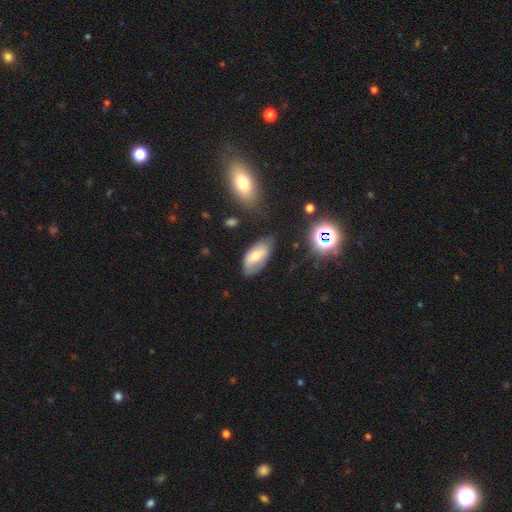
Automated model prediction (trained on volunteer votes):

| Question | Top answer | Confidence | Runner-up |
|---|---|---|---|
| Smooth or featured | smooth | 56% | featured or disk (35%) |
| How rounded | in between | 92% | cigar-shaped (5%) |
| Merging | none | 63% | minor disturbance (25%) |